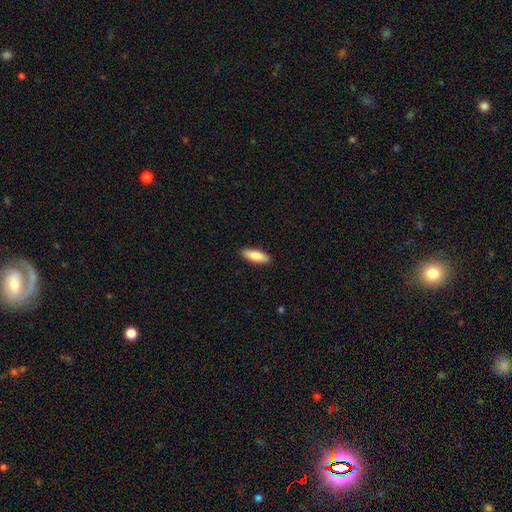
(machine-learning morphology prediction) A smooth galaxy with no disk features (85%) that is in between round and cigar-shaped (61%).

Vote fractions:
- Smooth or featured? smooth: 85% / featured or disk: 9% / star or artifact: 6%
- How rounded? in between: 61% / cigar-shaped: 38% / round: 2%
- Merging? none: 90% / minor disturbance: 7% / major disturbance: 2% / merger: 1%